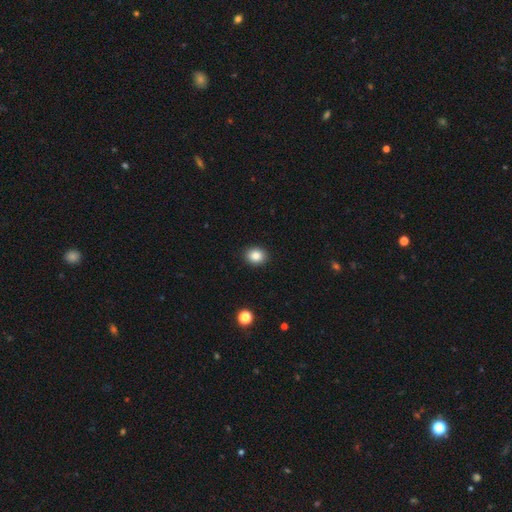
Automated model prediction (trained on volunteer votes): Q: Smooth or featured?
A: smooth (85%); runner-up: star or artifact (10%)
Q: How rounded?
A: round (61%); runner-up: in between (38%)
Q: Merging?
A: none (91%); runner-up: minor disturbance (6%)